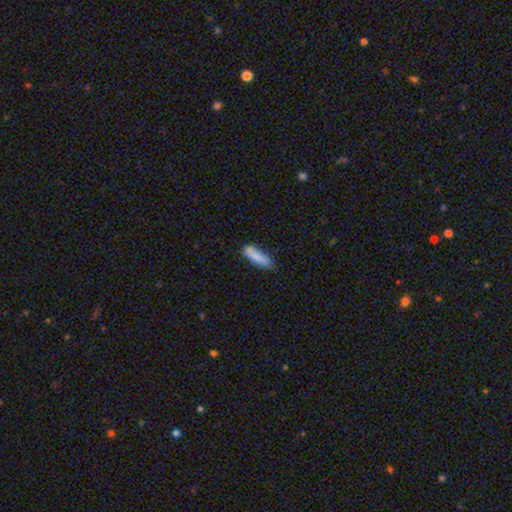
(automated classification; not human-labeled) This is likely a smooth galaxy (80%). How rounded: likely cigar-shaped (61%). Merging: possibly none (59%).